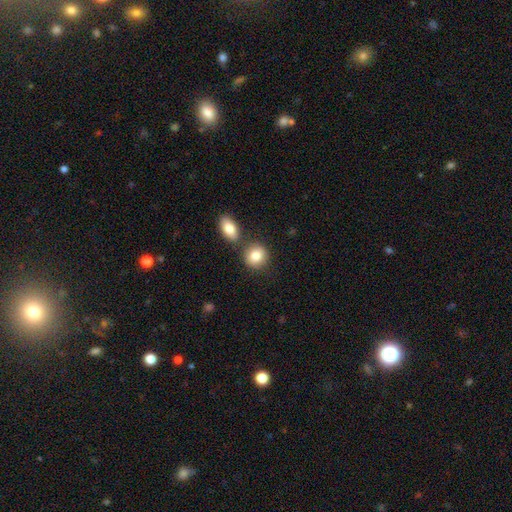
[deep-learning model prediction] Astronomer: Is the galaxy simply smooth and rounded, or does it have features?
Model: smooth — 83%.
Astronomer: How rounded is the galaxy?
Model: round — 77%.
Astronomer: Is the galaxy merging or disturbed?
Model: none — 69%.